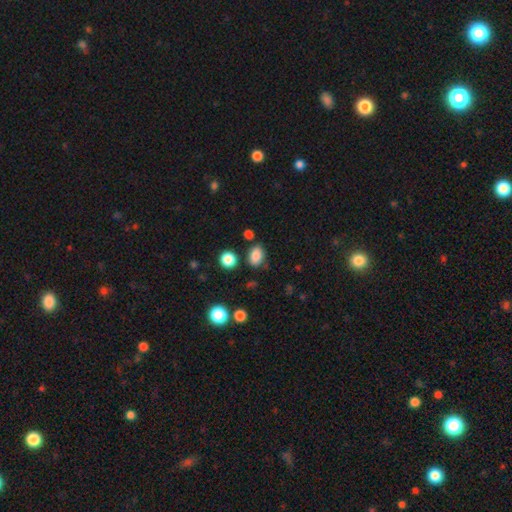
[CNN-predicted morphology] This is clearly a smooth galaxy (84%). How rounded: likely in between (72%). Merging: likely none (78%).